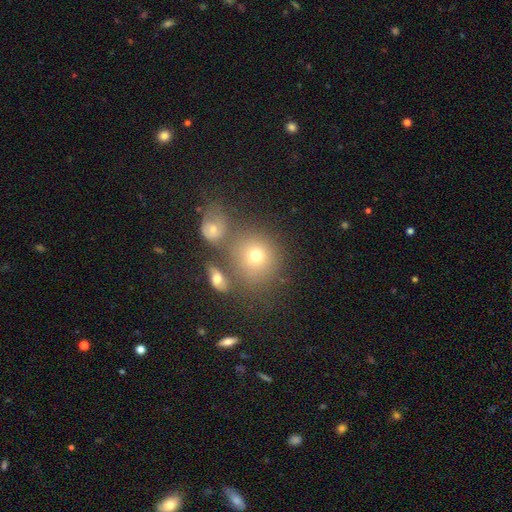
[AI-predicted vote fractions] This appears to be a smooth galaxy with no disk features (72%) that is round (80%). Merging: none (61%).